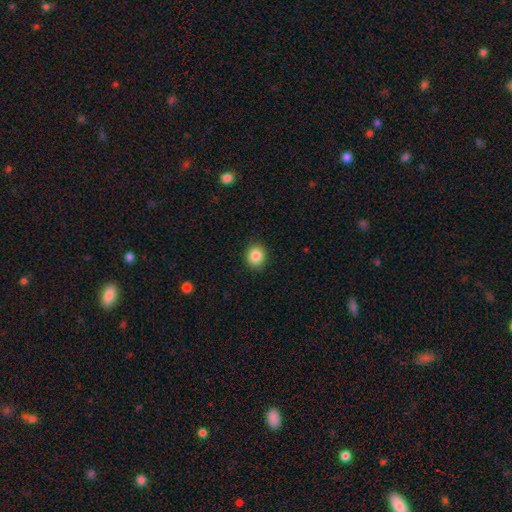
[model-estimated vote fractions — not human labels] This is clearly a smooth galaxy (86%). How rounded: likely round (74%). Merging: clearly none (91%).